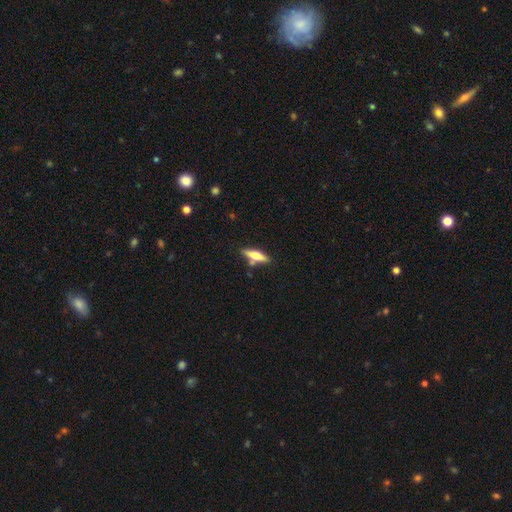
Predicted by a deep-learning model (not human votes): smooth_or_featured: smooth (p=0.50) [alt: featured or disk p=0.44]
merging: none (p=0.75) [alt: minor disturbance p=0.13]